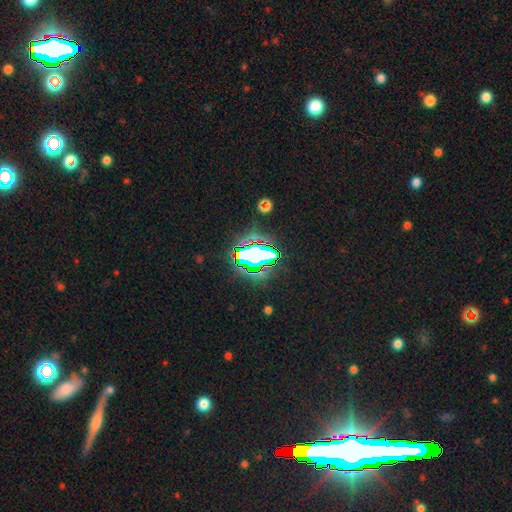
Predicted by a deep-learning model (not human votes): Smooth or featured? Predicted: star or artifact (p=0.64).